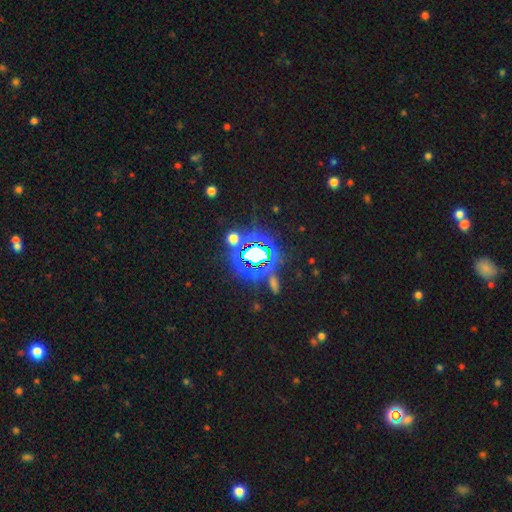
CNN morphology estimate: A star or artifact, not a galaxy (74%).